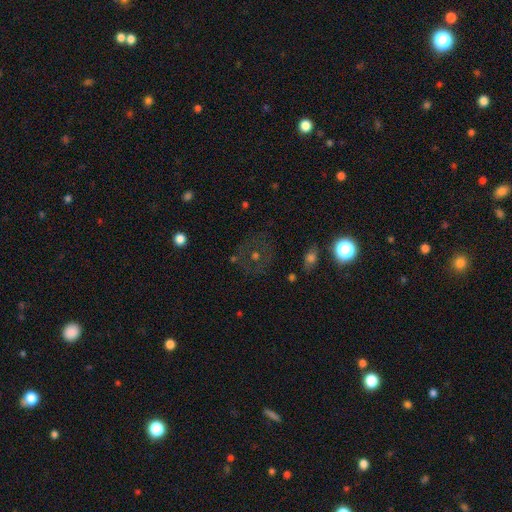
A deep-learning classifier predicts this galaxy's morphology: A smooth galaxy with no disk features (36%). Merging: none (69%).